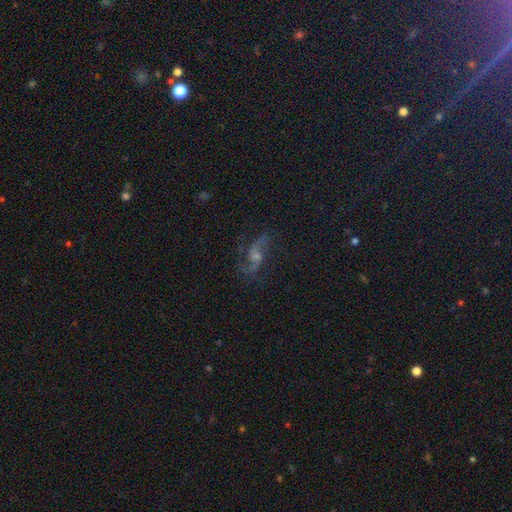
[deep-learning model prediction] Morphology: type=featured or disk (80%); edge-on=no (95%); bar=no (49%); spiral arms=yes (95%); winding=loose (64%); arm count=2 (90%); bulge=small (45%); merging=none (71%).